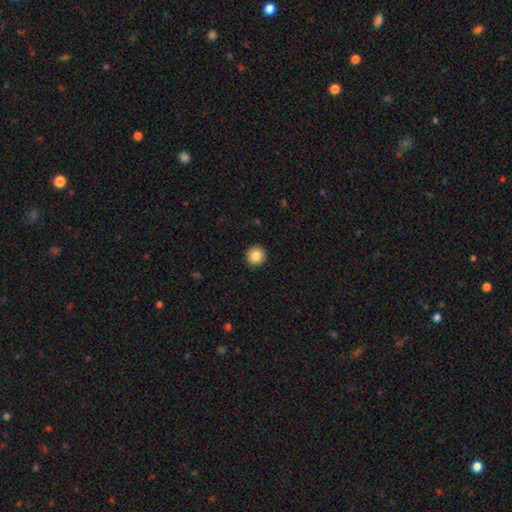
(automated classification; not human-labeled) smooth-or-featured: smooth: 85% | star or artifact: 9% | featured or disk: 6%
  how-rounded: round: 93% | in between: 6% | cigar-shaped: 1%
  merging: none: 93% | minor disturbance: 5% | major disturbance: 2% | merger: 1%